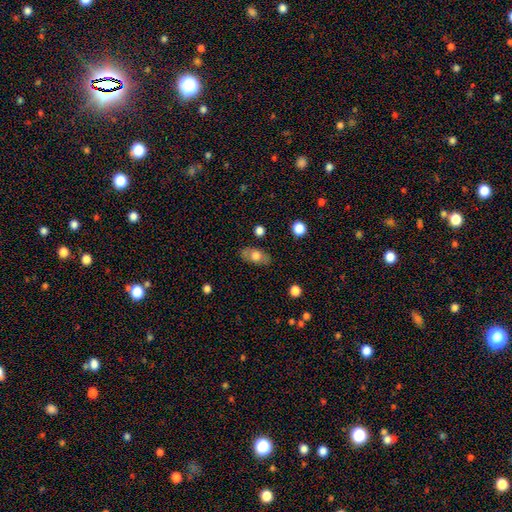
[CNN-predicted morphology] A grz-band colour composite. It shows a smooth galaxy with no disk features (68%) that is in between round and cigar-shaped (86%). Merging: none (82%).